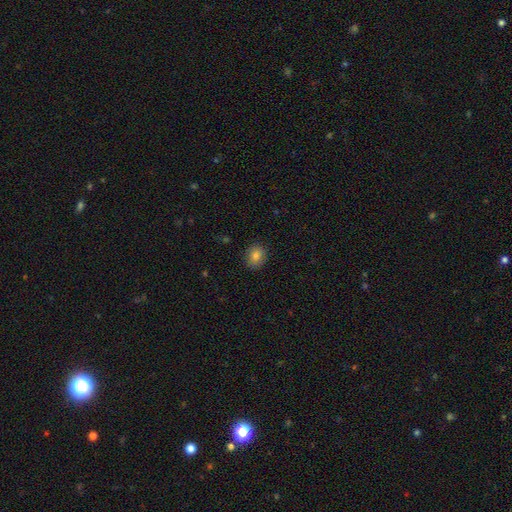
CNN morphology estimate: Overall: smooth (81%). How rounded: round (61%; in between 38%). Merging: none (88%).